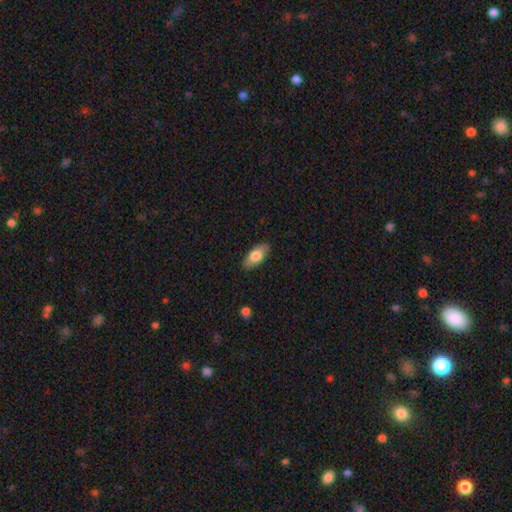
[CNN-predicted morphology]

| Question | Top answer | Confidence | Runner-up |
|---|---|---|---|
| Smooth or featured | smooth | 74% | featured or disk (20%) |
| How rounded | in between | 90% | cigar-shaped (7%) |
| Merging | none | 87% | minor disturbance (10%) |